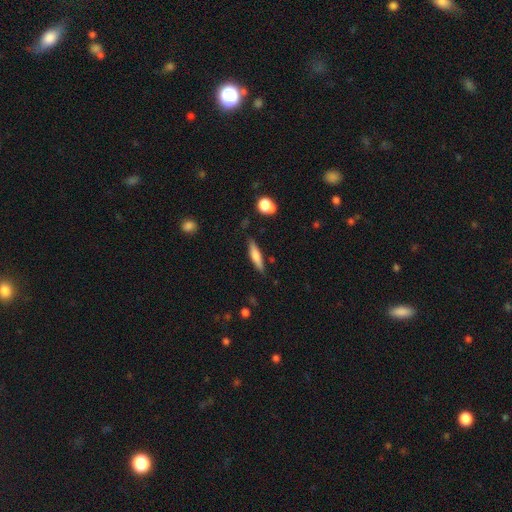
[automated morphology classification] Smooth or featured: smooth — 61% (featured or disk — 32%)
How rounded: cigar-shaped — 78% (in between — 20%)
Merging: none — 82% (minor disturbance — 13%)